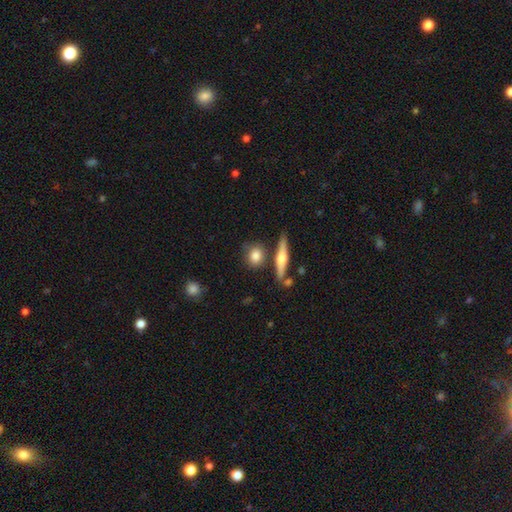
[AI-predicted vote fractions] Smooth or featured?
  - smooth: 75% *
  - featured or disk: 17%
  - star or artifact: 8%
How rounded?
  - round: 66% *
  - in between: 26%
  - cigar-shaped: 8%
Merging?
  - none: 71% *
  - minor disturbance: 14%
  - merger: 11%
  - major disturbance: 4%